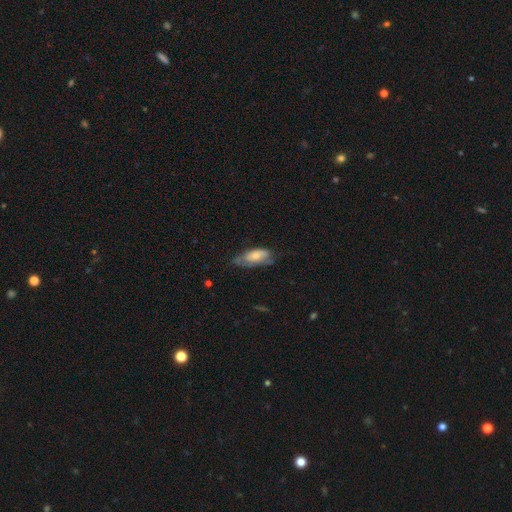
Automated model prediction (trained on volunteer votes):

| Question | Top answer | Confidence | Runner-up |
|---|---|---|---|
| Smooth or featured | smooth | 52% | featured or disk (41%) |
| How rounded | in between | 84% | cigar-shaped (12%) |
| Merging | none | 46% | minor disturbance (35%) |